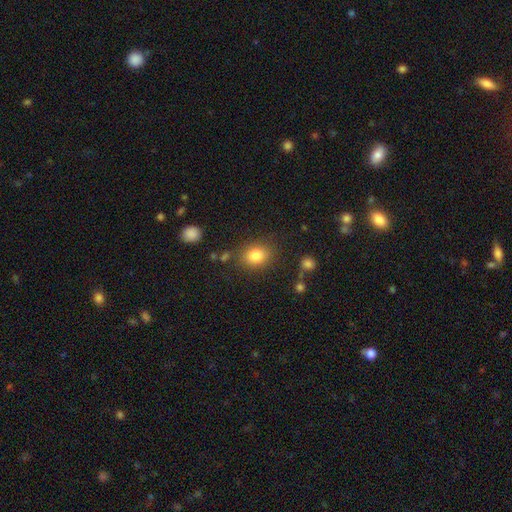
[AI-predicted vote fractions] Smooth or featured? Predicted: smooth (p=0.82). How rounded? Predicted: in between (p=0.53). Merging? Predicted: none (p=0.81).